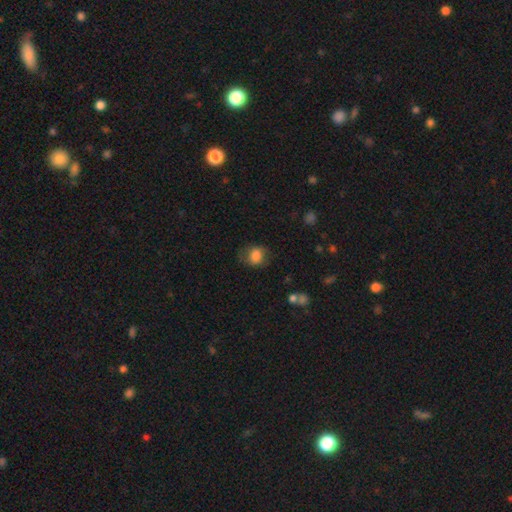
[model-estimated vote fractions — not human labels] The model was most divided on "how rounded": round: 54%, in between: 45%, cigar-shaped: 1%. More confident: smooth or featured — smooth (80%); merging — none (65%).